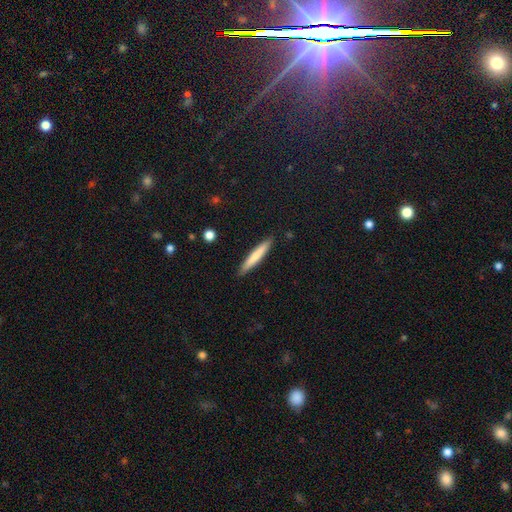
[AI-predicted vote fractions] Q: Smooth or featured?
A: smooth (71%); runner-up: featured or disk (23%)
Q: How rounded?
A: cigar-shaped (95%); runner-up: in between (4%)
Q: Merging?
A: none (90%); runner-up: minor disturbance (7%)